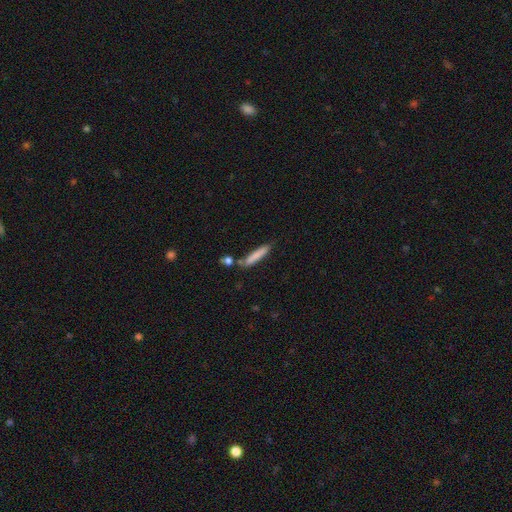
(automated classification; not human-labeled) This is likely a smooth galaxy (78%). How rounded: clearly cigar-shaped (88%). Merging: likely none (70%).